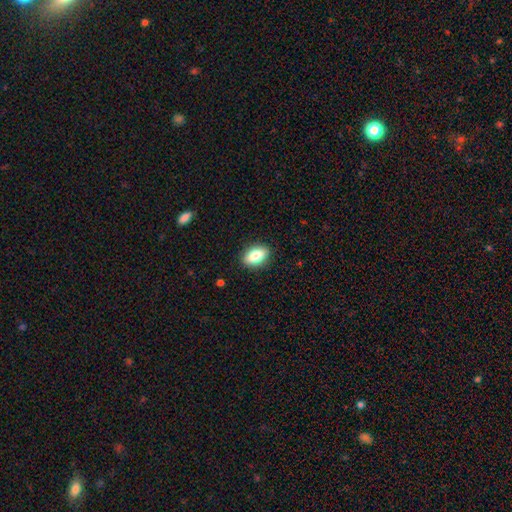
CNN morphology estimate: Smooth or featured?
  - smooth: 80% *
  - featured or disk: 13%
  - star or artifact: 8%
How rounded?
  - in between: 84% *
  - round: 13%
  - cigar-shaped: 3%
Merging?
  - none: 88% *
  - minor disturbance: 8%
  - major disturbance: 2%
  - merger: 1%